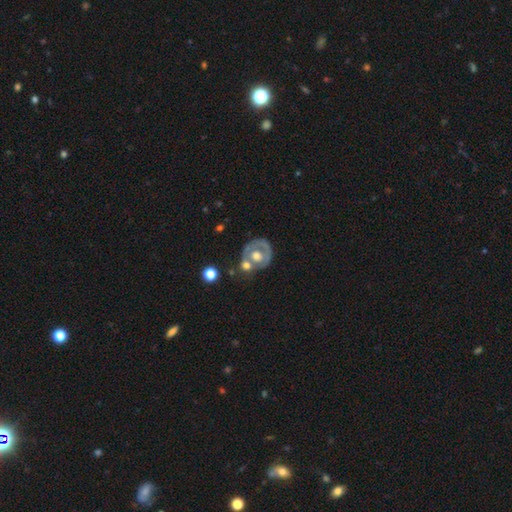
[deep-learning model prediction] smooth_or_featured: featured or disk (p=0.58) [alt: smooth p=0.35]
disk_edge_on: no (p=0.96) [alt: yes p=0.04]
bar: no (p=0.88) [alt: weak p=0.09]
has_spiral_arms: no (p=0.79) [alt: yes p=0.21]
bulge_size: moderate (p=0.63) [alt: large p=0.24]
merging: none (p=0.41) [alt: merger p=0.32]